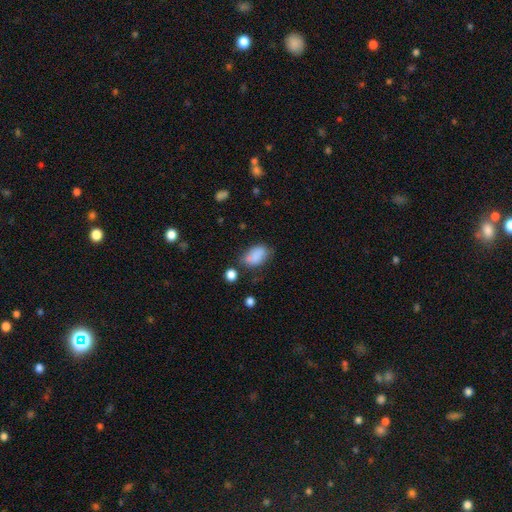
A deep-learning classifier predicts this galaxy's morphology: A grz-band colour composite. It shows a smooth galaxy with no disk features (84%) that is in between round and cigar-shaped (88%). Merging: none (60%).